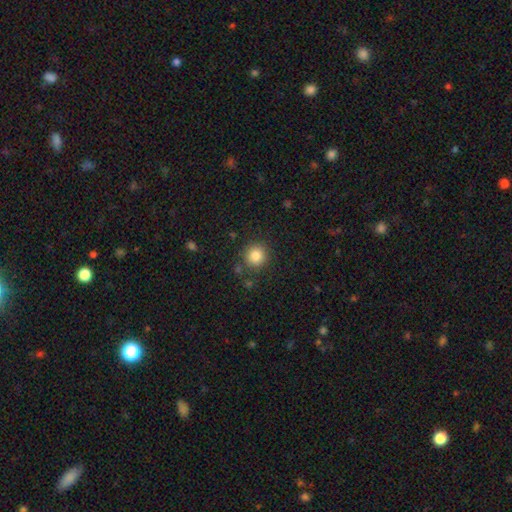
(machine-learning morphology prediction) Overall: smooth (84%). How rounded: round (91%). Merging: none (86%).